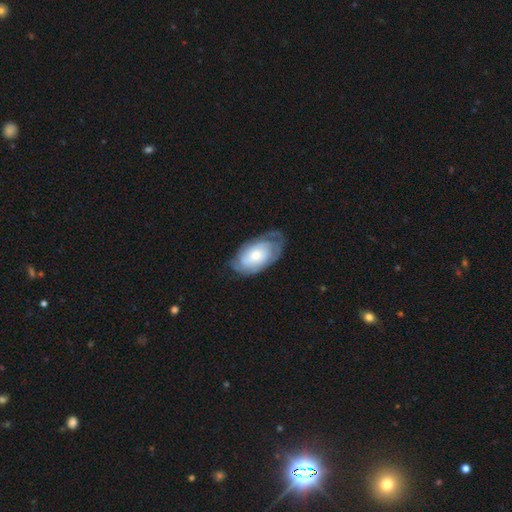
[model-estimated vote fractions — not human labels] featured or disk 54%, smooth 40%, star or artifact 6%. Down the decision tree: edge-on disk — no (93%); bar — no (81%); spiral arms — yes (72%); bulge size — moderate (49%); merging — none (56%).